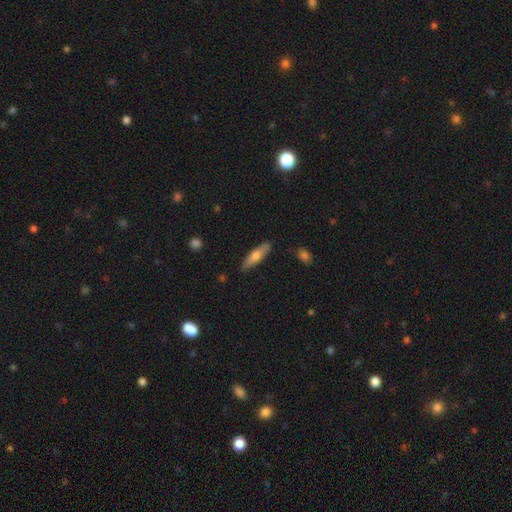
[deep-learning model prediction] Morphology: type=smooth (59%); roundness=cigar-shaped (70%); merging=none (86%).